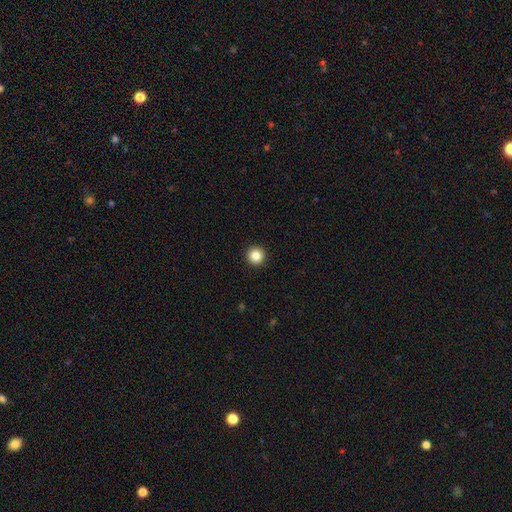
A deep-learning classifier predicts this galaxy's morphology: Smooth or featured? smooth (85%)
How rounded? round (96%)
Merging? none (94%)